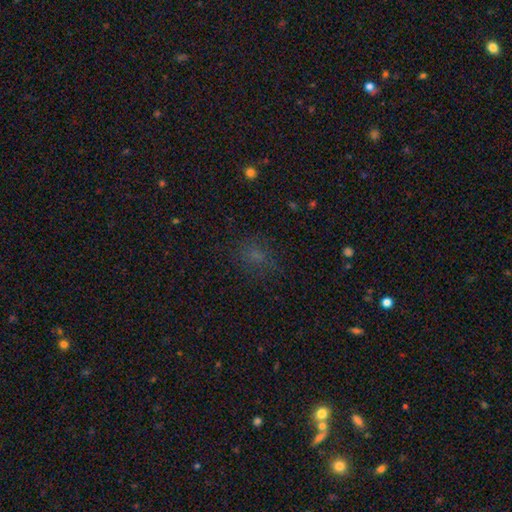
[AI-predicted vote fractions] Smooth or featured: smooth — 57% (star or artifact — 31%)
How rounded: round — 56% (in between — 42%)
Merging: none — 74% (minor disturbance — 16%)